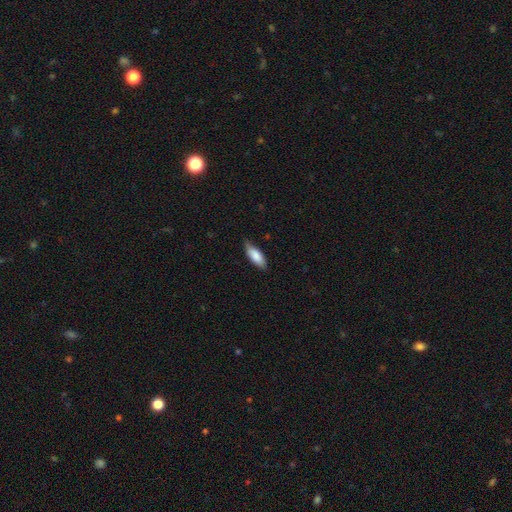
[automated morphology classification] smooth_or_featured: smooth (p=0.83) [alt: featured or disk p=0.11]
how_rounded: in between (p=0.73) [alt: cigar-shaped p=0.25]
merging: none (p=0.77) [alt: minor disturbance p=0.20]